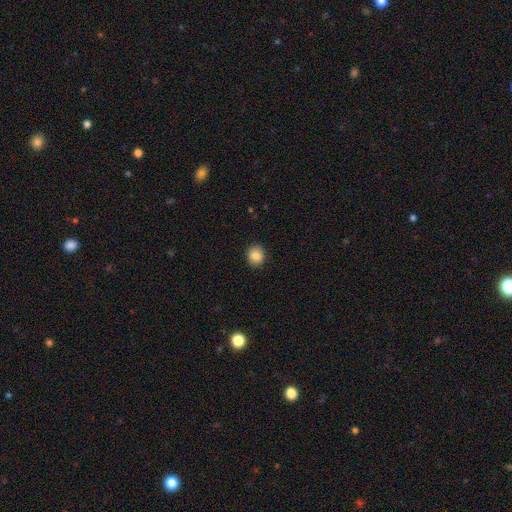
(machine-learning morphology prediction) Smooth or featured? smooth (86%)
How rounded? round (80%)
Merging? none (90%)